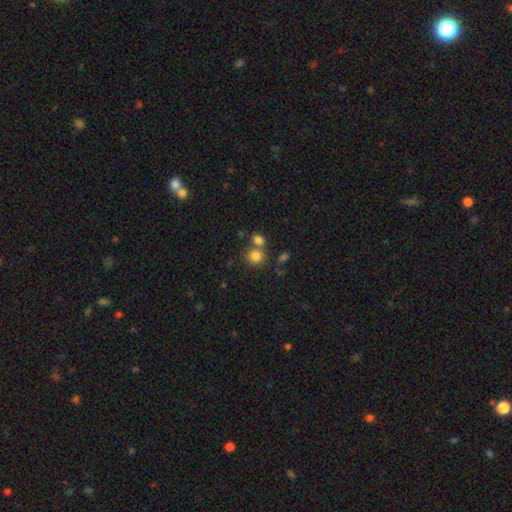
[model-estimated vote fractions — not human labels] Morphology: type=smooth (81%); roundness=round (79%); merging=none (59%).